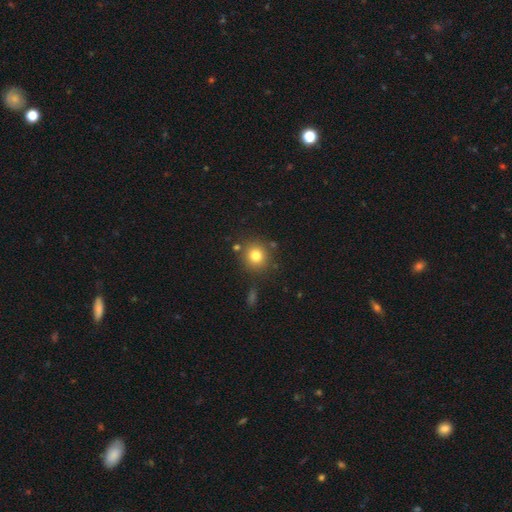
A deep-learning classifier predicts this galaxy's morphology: Smooth or featured? smooth (78%)
How rounded? round (90%)
Merging? none (83%)